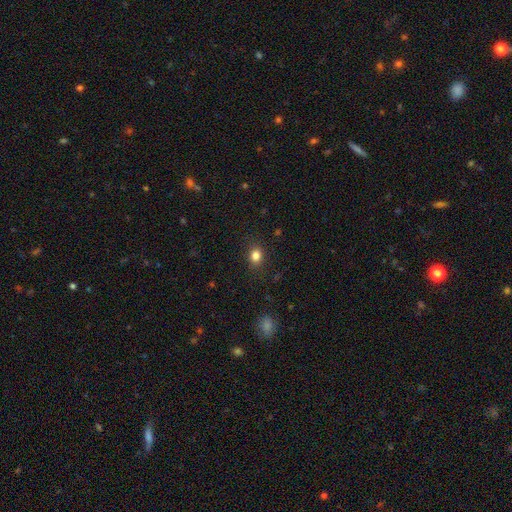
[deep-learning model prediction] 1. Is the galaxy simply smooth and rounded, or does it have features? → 83% smooth, 12% star or artifact, 5% featured or disk.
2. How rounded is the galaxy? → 56% round, 43% in between, 1% cigar-shaped.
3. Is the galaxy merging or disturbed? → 87% none, 9% minor disturbance, 3% major disturbance, 1% merger.